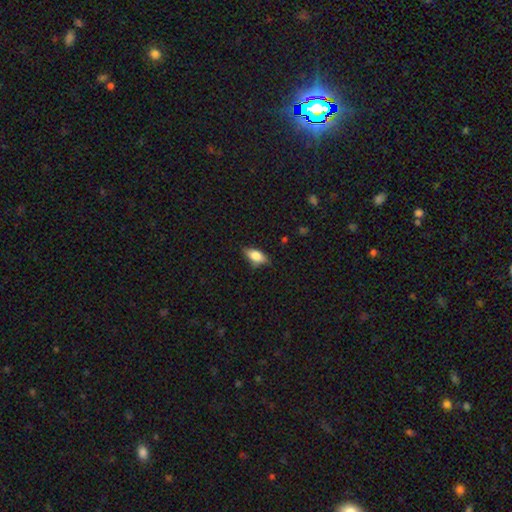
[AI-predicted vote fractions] Q: Smooth or featured?
A: smooth (76%); runner-up: featured or disk (16%)
Q: How rounded?
A: in between (85%); runner-up: cigar-shaped (10%)
Q: Merging?
A: none (74%); runner-up: minor disturbance (21%)